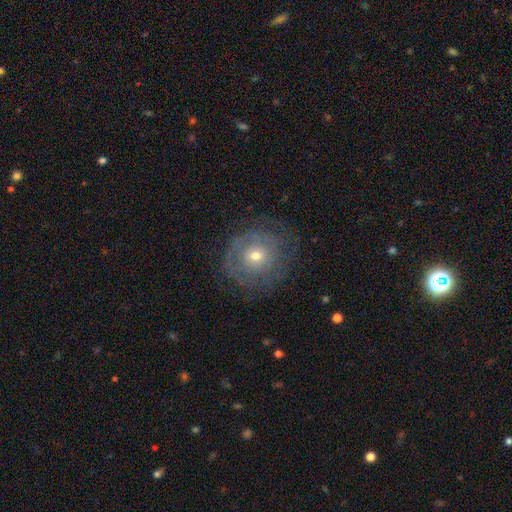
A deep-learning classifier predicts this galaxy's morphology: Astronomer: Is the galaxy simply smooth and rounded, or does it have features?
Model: featured or disk — 45% (runner-up: smooth, 44%).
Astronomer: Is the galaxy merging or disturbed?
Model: none — 70%.